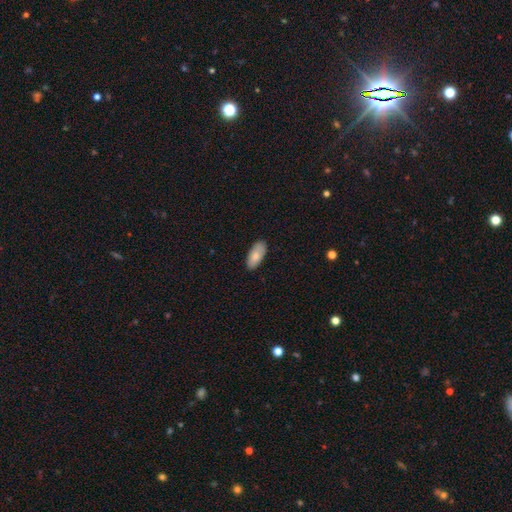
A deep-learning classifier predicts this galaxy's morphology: Overall: smooth (81%). How rounded: in between (90%). Merging: none (86%).